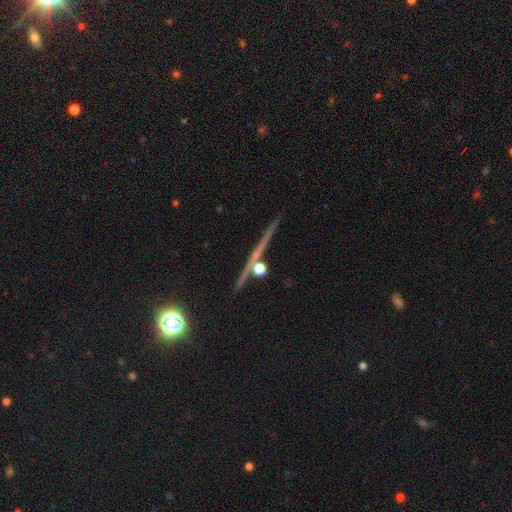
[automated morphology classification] Q: Smooth or featured?
A: featured or disk (70%); runner-up: star or artifact (18%)
Q: Edge-on disk?
A: yes (96%); runner-up: no (4%)
Q: Edge-on bulge?
A: rounded (62%); runner-up: none (28%)
Q: Merging?
A: none (87%); runner-up: minor disturbance (6%)